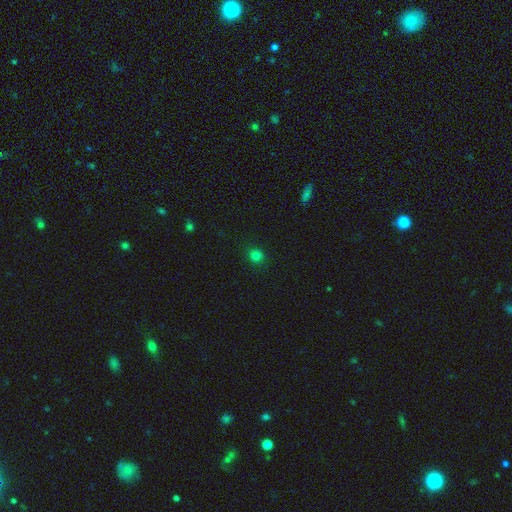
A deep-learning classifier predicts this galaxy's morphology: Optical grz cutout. It shows a smooth galaxy with no disk features (79%) that is round (88%). Merging: none (90%).